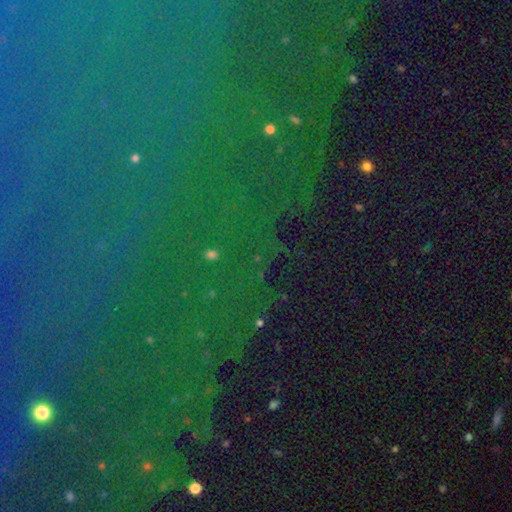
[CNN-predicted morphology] Q: Smooth or featured?
A: star or artifact (86%); runner-up: smooth (7%)